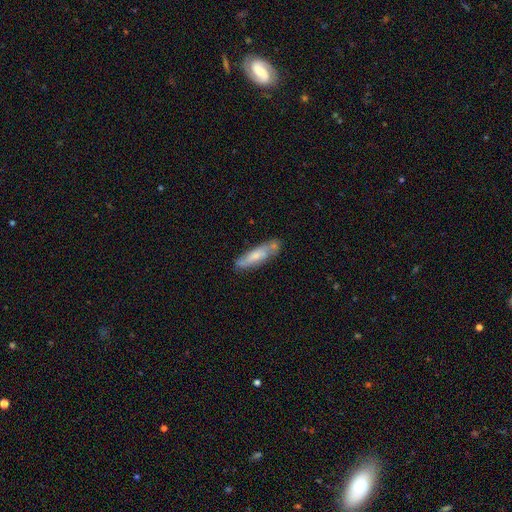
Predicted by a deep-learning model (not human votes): Smooth or featured?
  - smooth: 59% *
  - featured or disk: 35%
  - star or artifact: 6%
How rounded?
  - cigar-shaped: 71% *
  - in between: 28%
  - round: 2%
Merging?
  - none: 67% *
  - minor disturbance: 21%
  - merger: 8%
  - major disturbance: 4%